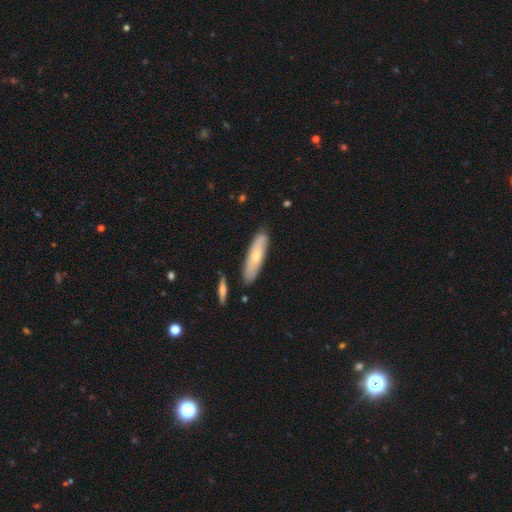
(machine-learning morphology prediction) This is possibly a smooth galaxy (57%). How rounded: likely cigar-shaped (62%). Merging: clearly none (81%).